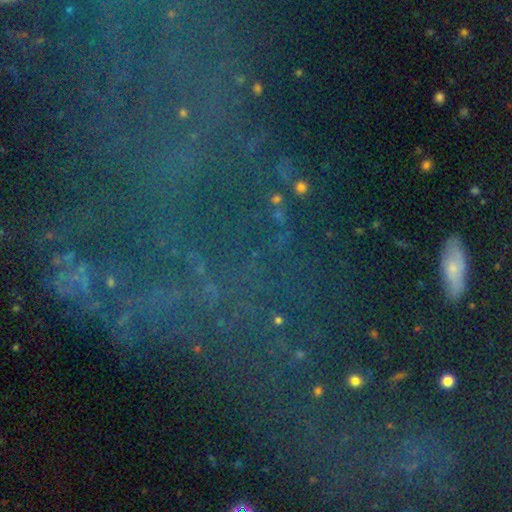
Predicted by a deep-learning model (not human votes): Smooth or featured? Predicted: star or artifact (p=0.62).